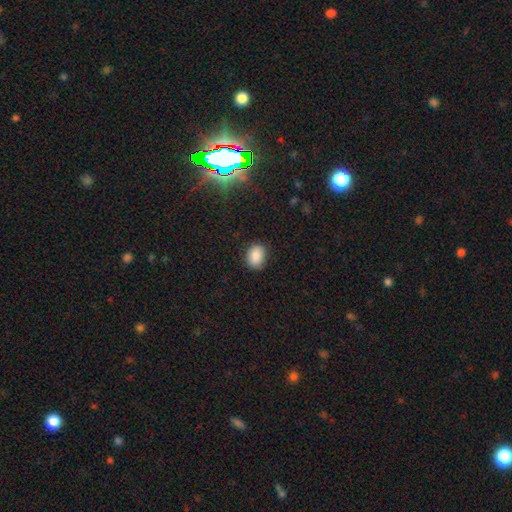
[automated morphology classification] This appears to be a smooth galaxy with no disk features (87%) that is in between round and cigar-shaped (65%). Merging: none (84%).